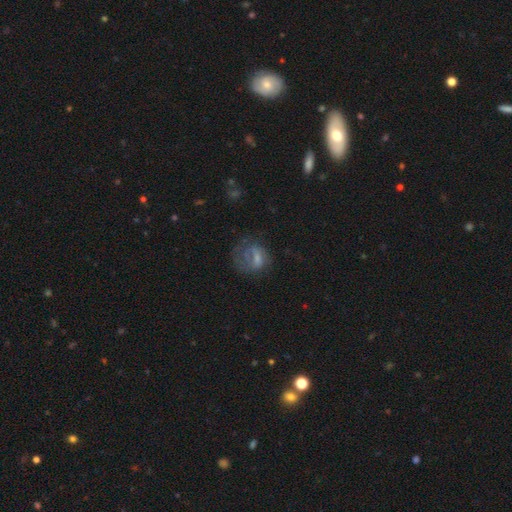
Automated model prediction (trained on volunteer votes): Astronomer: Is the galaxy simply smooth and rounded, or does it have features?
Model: featured or disk — 45% (runner-up: smooth, 42%).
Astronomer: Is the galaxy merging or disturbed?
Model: none — 39% (runner-up: major disturbance, 37%).